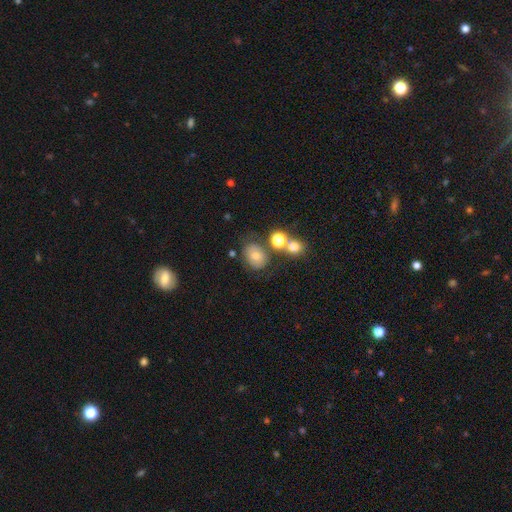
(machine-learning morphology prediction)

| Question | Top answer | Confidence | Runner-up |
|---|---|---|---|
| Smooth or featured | smooth | 68% | featured or disk (17%) |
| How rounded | round | 53% | in between (46%) |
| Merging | none | 63% | minor disturbance (16%) |